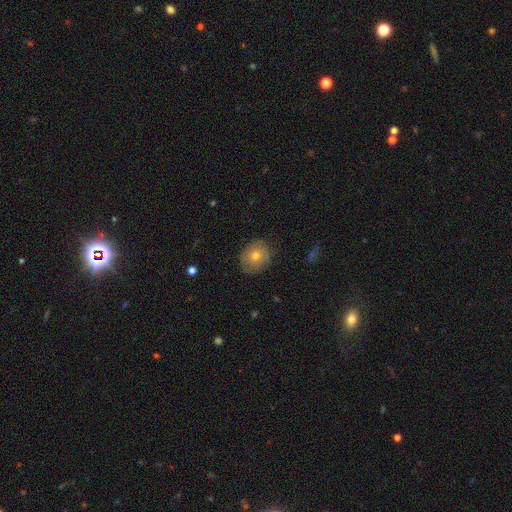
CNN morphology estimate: This is likely a smooth galaxy (62%). How rounded: likely round (68%). Merging: clearly none (81%).